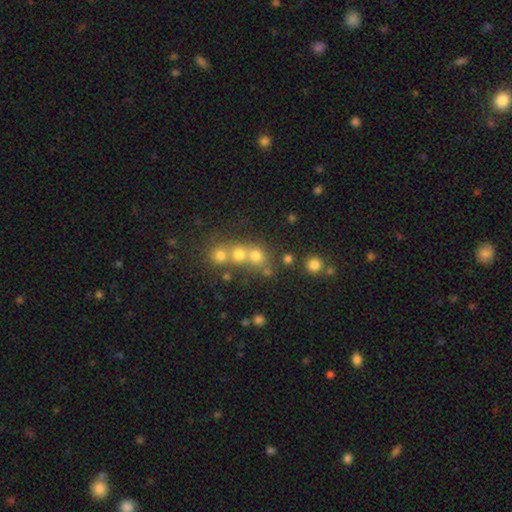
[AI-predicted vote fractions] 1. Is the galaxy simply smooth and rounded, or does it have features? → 67% smooth, 19% star or artifact, 14% featured or disk.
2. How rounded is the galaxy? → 83% round, 15% in between, 1% cigar-shaped.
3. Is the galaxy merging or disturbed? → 45% none (tied), 45% merger (tied), 7% minor disturbance, 4% major disturbance.